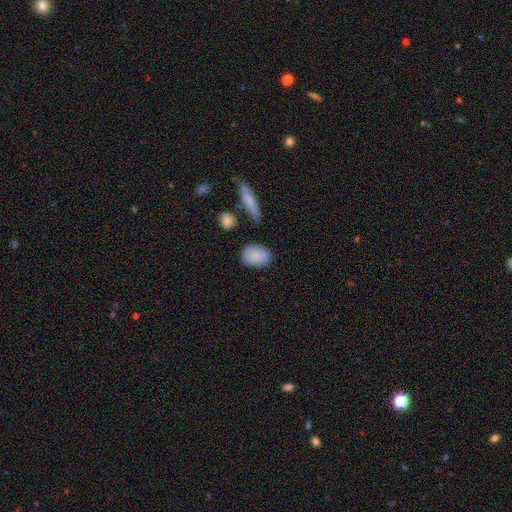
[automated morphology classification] This is clearly a smooth galaxy (81%). How rounded: likely in between (75%). Merging: likely none (66%).